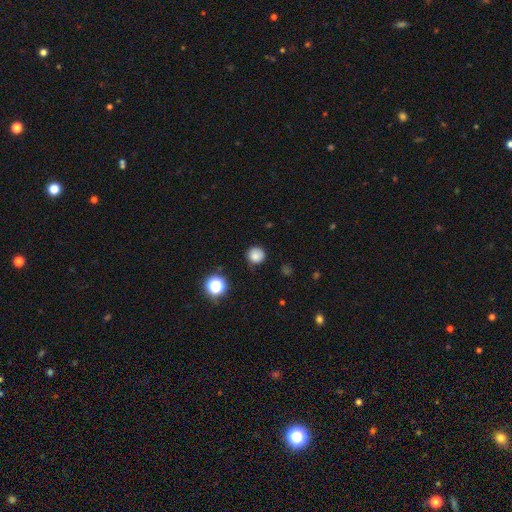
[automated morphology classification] Smooth or featured? smooth (82%)
How rounded? round (94%)
Merging? none (83%)